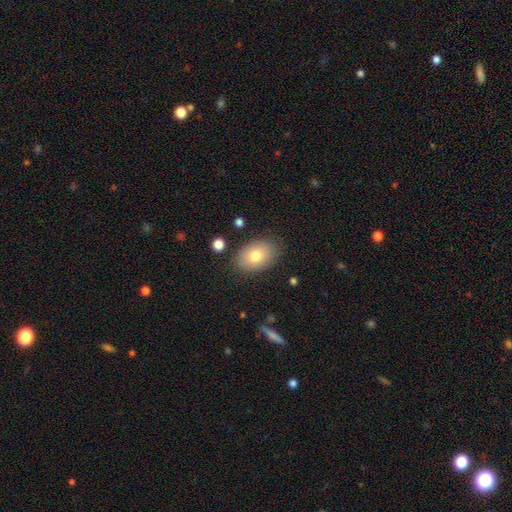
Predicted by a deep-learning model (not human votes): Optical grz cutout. It shows a smooth galaxy with no disk features (77%) that is in between round and cigar-shaped (86%). Merging: none (83%).